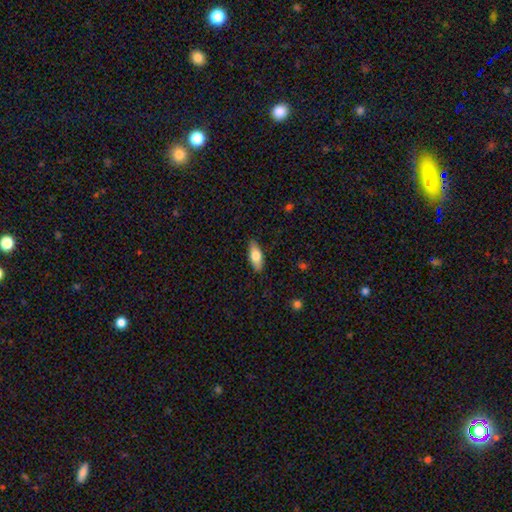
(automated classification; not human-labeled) Morphology: type=smooth (73%); roundness=in between (77%); merging=none (87%).